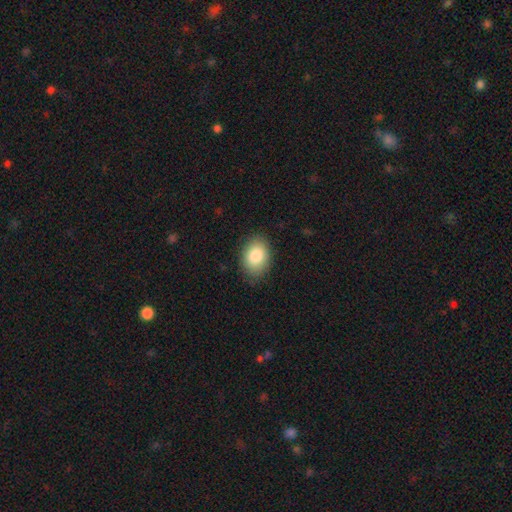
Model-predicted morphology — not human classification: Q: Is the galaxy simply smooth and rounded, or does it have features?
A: smooth — 84%.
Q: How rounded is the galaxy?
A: in between — 77%.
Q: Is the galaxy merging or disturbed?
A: none — 84%.